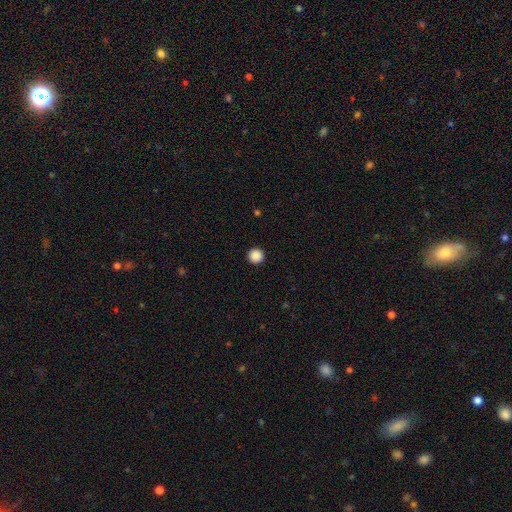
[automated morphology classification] Smooth or featured: smooth — 88% (star or artifact — 10%)
How rounded: round — 96% (in between — 3%)
Merging: none — 94% (minor disturbance — 4%)